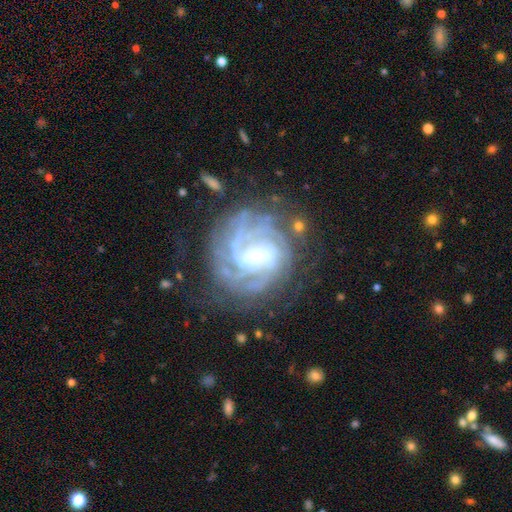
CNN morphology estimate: smooth_or_featured: featured or disk (p=0.88) [alt: star or artifact p=0.06]
disk_edge_on: no (p=0.97) [alt: yes p=0.03]
bar: weak (p=0.45) [alt: strong p=0.43]
has_spiral_arms: yes (p=0.95) [alt: no p=0.05]
spiral_winding: tight (p=0.67) [alt: medium p=0.27]
spiral_arm_count: can't tell (p=0.32) [alt: 4 p=0.20]
bulge_size: small (p=0.41) [alt: moderate p=0.40]
merging: none (p=0.67) [alt: minor disturbance p=0.19]